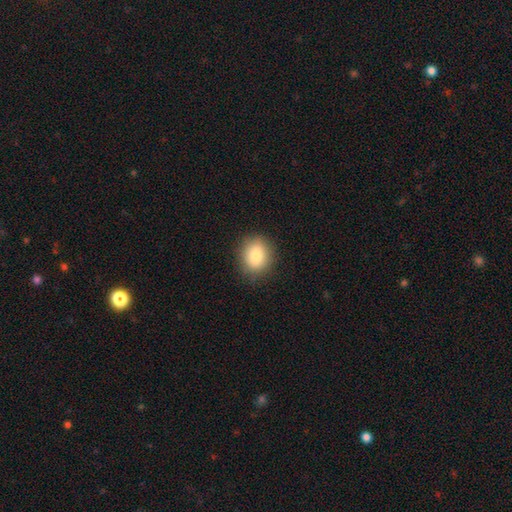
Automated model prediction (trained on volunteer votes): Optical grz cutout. It shows a smooth galaxy with no disk features (83%) that is round (62%). Merging: none (86%).